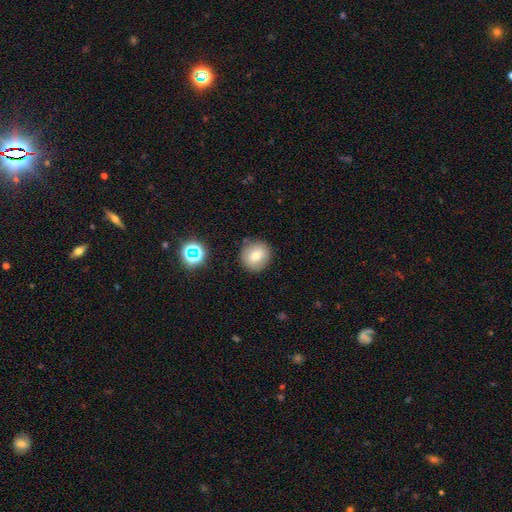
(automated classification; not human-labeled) This is likely a smooth galaxy (74%). How rounded: clearly round (90%). Merging: clearly none (84%).